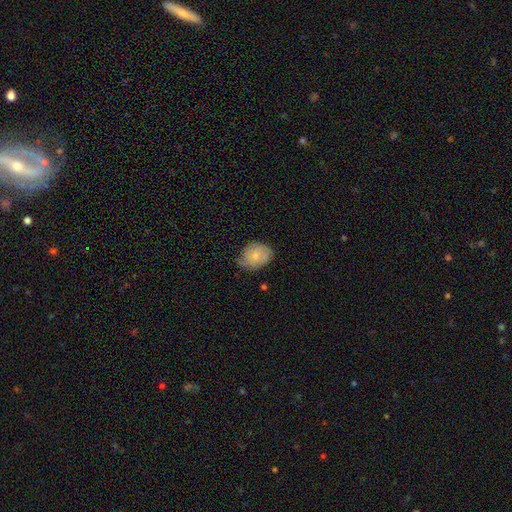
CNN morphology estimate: The model was most divided on "how rounded": in between: 56%, round: 43%, cigar-shaped: 1%. More confident: smooth or featured — smooth (66%); merging — none (56%).